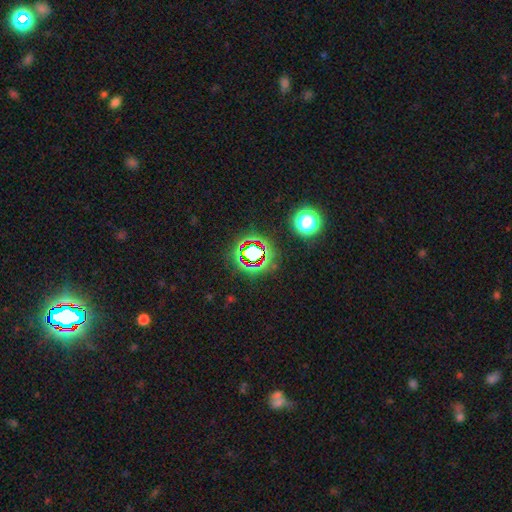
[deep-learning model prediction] star or artifact 72%, smooth 18%, featured or disk 10%.